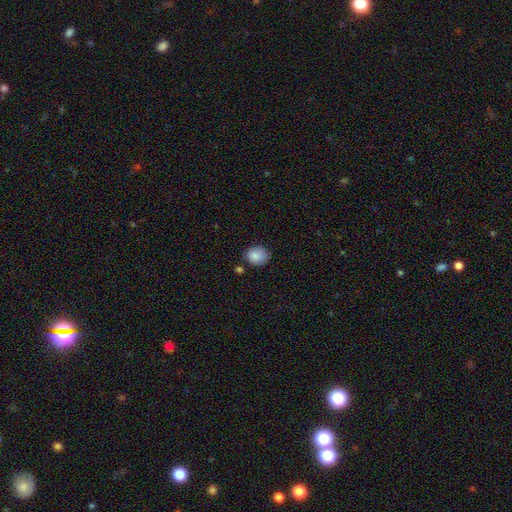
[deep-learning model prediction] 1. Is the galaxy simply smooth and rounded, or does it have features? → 86% smooth, 8% star or artifact, 5% featured or disk.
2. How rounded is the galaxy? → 62% round, 37% in between, 1% cigar-shaped.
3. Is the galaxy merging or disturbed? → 69% none, 20% minor disturbance, 6% merger, 5% major disturbance.